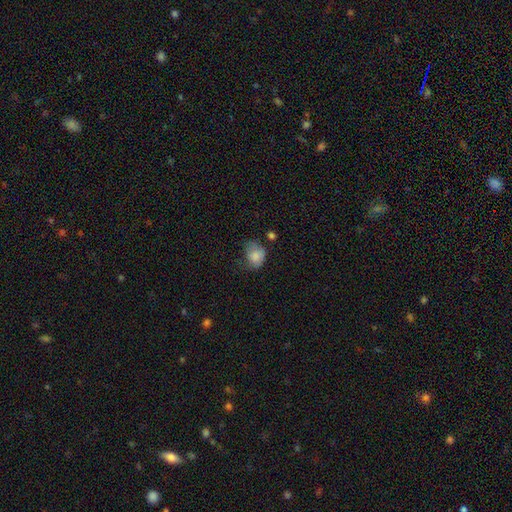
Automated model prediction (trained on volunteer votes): This appears to be a smooth galaxy with no disk features (80%) that is in between round and cigar-shaped (55%). Merging: minor disturbance (39%).